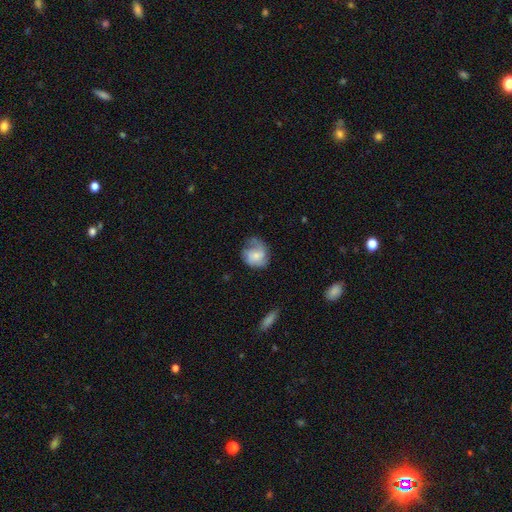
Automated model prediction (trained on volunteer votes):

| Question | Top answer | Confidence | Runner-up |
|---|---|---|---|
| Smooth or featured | smooth | 50% | featured or disk (42%) |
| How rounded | round | 64% | in between (35%) |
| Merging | none | 51% | minor disturbance (29%) |